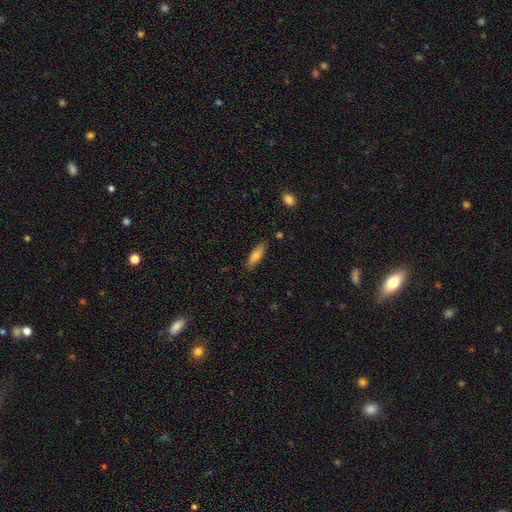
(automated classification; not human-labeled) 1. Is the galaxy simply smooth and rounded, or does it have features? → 71% smooth, 22% featured or disk, 7% star or artifact.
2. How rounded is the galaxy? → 56% in between, 42% cigar-shaped, 2% round.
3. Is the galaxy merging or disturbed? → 82% none, 14% minor disturbance, 2% major disturbance, 2% merger.